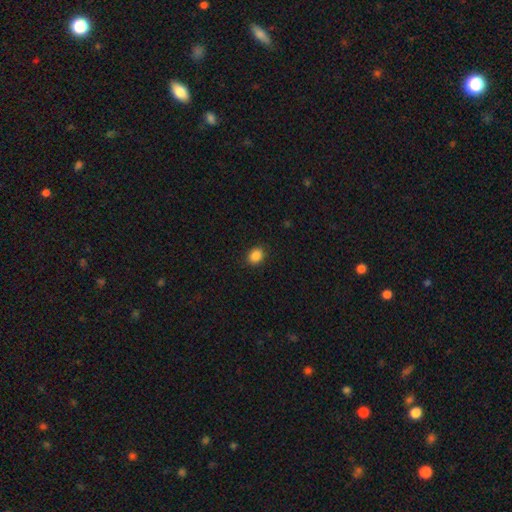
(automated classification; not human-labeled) Q: Smooth or featured?
A: smooth (87%); runner-up: star or artifact (10%)
Q: How rounded?
A: in between (52%); runner-up: round (47%)
Q: Merging?
A: none (89%); runner-up: minor disturbance (8%)